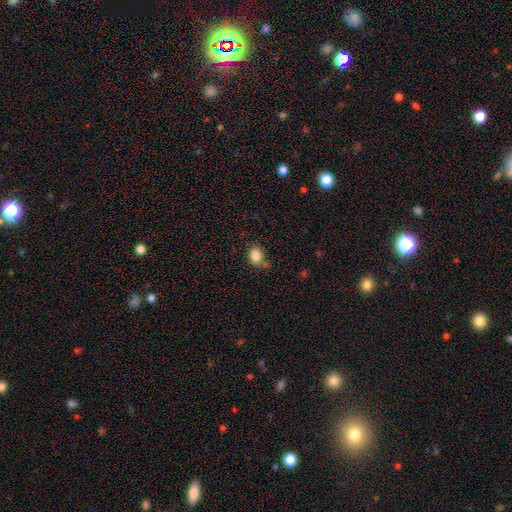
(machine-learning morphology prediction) smooth-or-featured: smooth: 86% | star or artifact: 9% | featured or disk: 5%
  how-rounded: in between: 65% | round: 34% | cigar-shaped: 1%
  merging: none: 72% | minor disturbance: 17% | merger: 7% | major disturbance: 4%